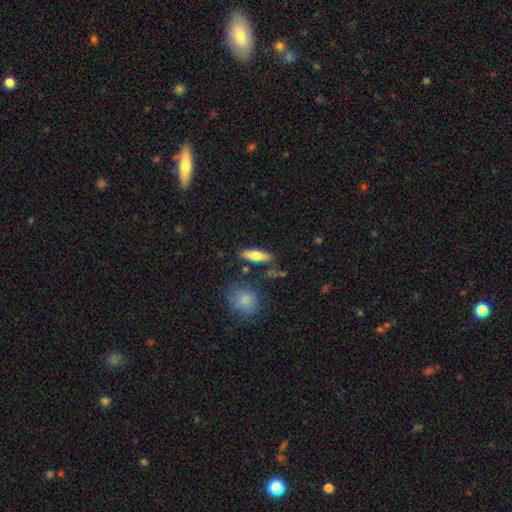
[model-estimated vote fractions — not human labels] A smooth galaxy with no disk features (65%) that is cigar-shaped (53%). Merging: none (79%).